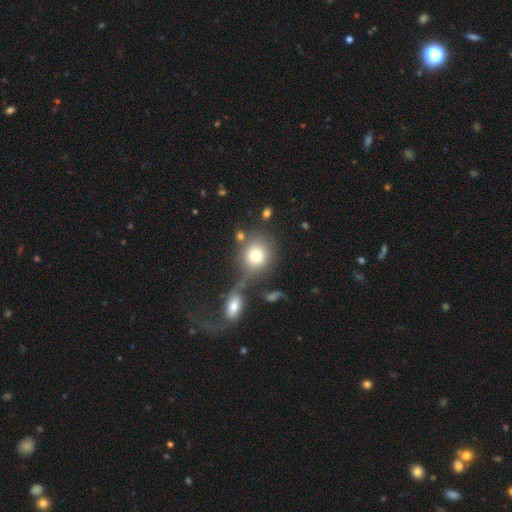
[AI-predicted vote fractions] A smooth galaxy with no disk features (76%) that is round (82%). Merging: none (56%).